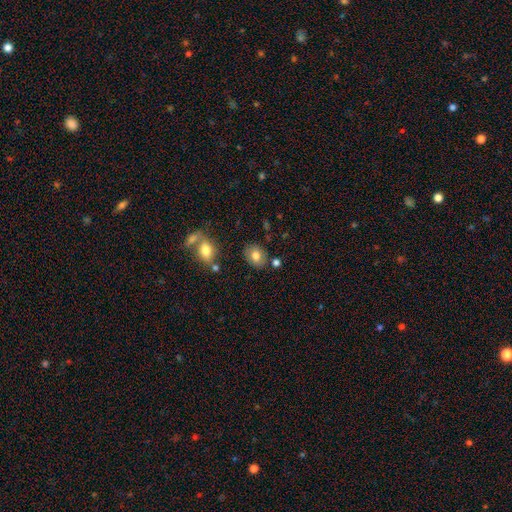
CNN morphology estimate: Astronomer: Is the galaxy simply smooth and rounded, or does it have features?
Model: smooth — 78%.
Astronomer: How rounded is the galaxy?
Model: in between — 61% (runner-up: round, 38%).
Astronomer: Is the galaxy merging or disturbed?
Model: none — 80%.